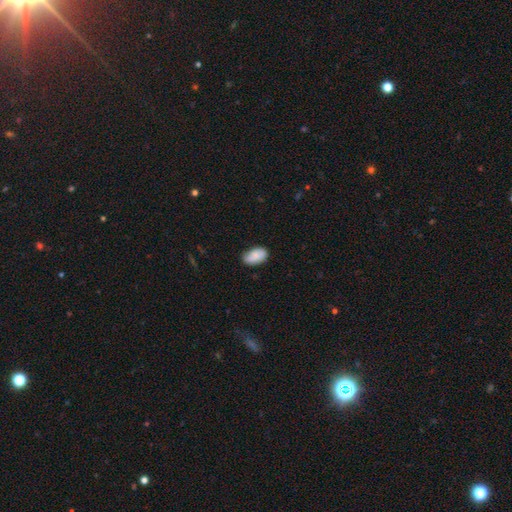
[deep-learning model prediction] Overall: smooth (85%). How rounded: in between (94%). Merging: none (74%).